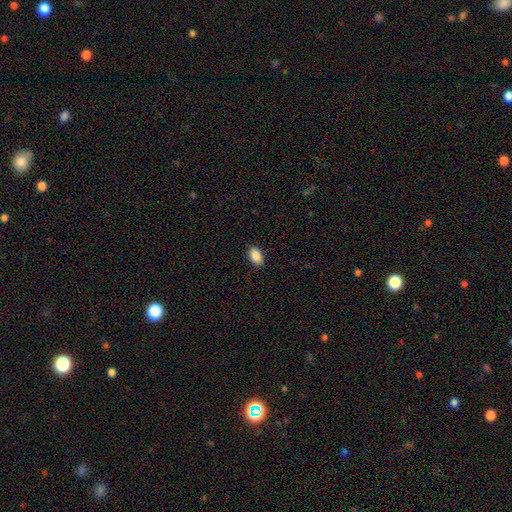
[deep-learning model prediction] A smooth galaxy with no disk features (89%) that is in between round and cigar-shaped (91%). Merging: none (88%).